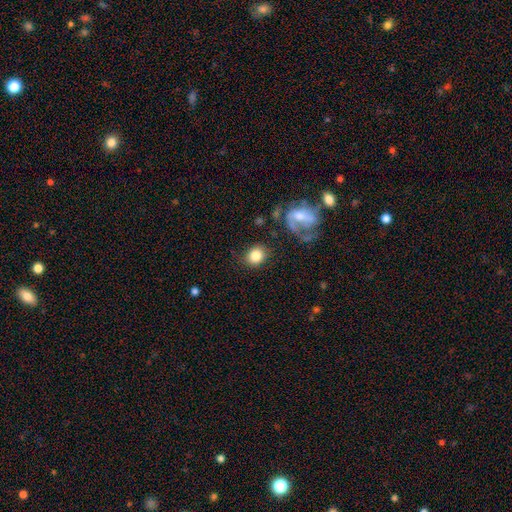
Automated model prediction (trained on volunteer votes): Smooth or featured: smooth — 81% (featured or disk — 11%)
How rounded: round — 64% (in between — 35%)
Merging: none — 82% (minor disturbance — 10%)